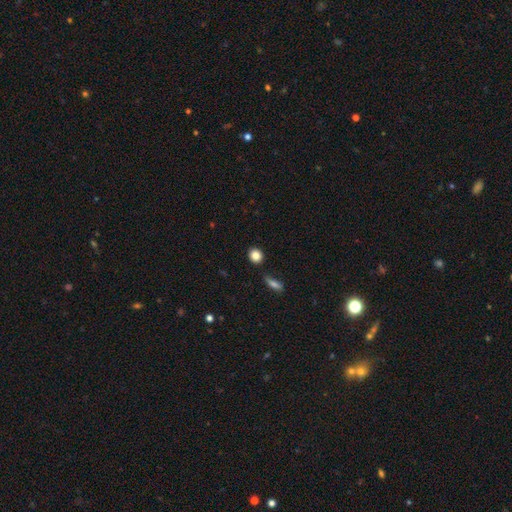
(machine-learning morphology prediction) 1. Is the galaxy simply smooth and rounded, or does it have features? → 85% smooth, 10% star or artifact, 5% featured or disk.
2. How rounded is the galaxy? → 79% round, 19% in between, 2% cigar-shaped.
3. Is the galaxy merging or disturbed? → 84% none, 10% minor disturbance, 3% merger, 2% major disturbance.